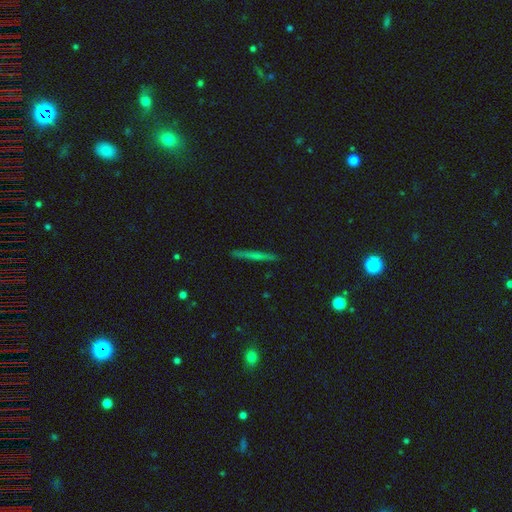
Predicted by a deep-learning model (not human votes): The model was most divided on "smooth or featured": smooth: 48%, featured or disk: 43%, star or artifact: 9%. More confident: merging — none (90%).